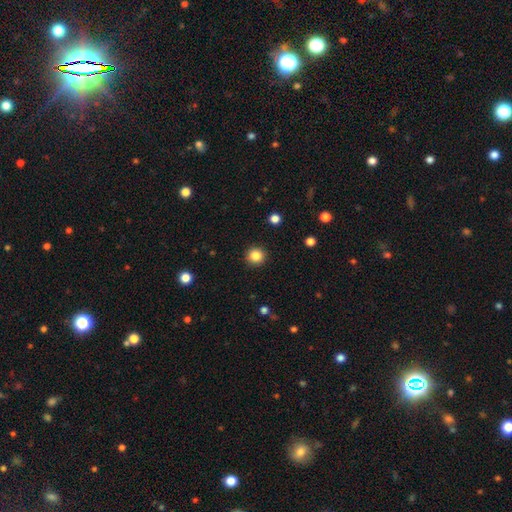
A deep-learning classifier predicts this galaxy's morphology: smooth 85%, star or artifact 11%, featured or disk 4%. Down the decision tree: how rounded — round (93%); merging — none (92%).